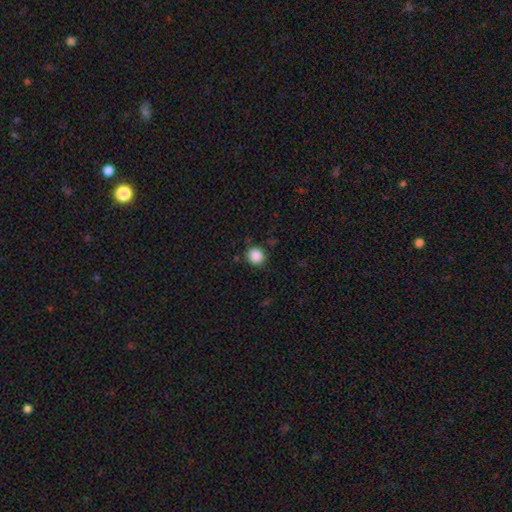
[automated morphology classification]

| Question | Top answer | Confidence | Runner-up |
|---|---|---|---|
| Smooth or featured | smooth | 88% | star or artifact (10%) |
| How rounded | round | 90% | in between (10%) |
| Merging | none | 87% | minor disturbance (9%) |